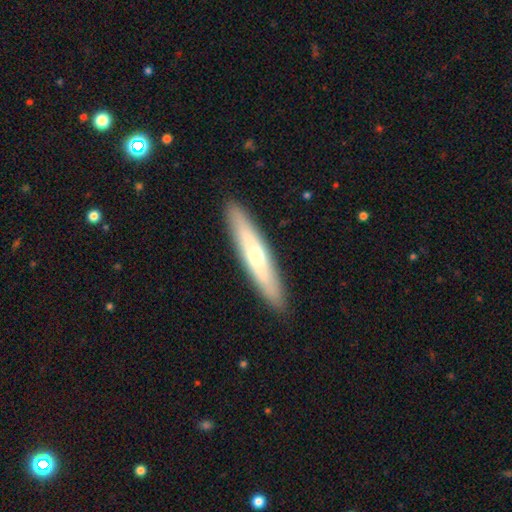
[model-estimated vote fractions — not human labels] smooth_or_featured: smooth (p=0.49) [alt: featured or disk p=0.46]
merging: none (p=0.91) [alt: minor disturbance p=0.07]